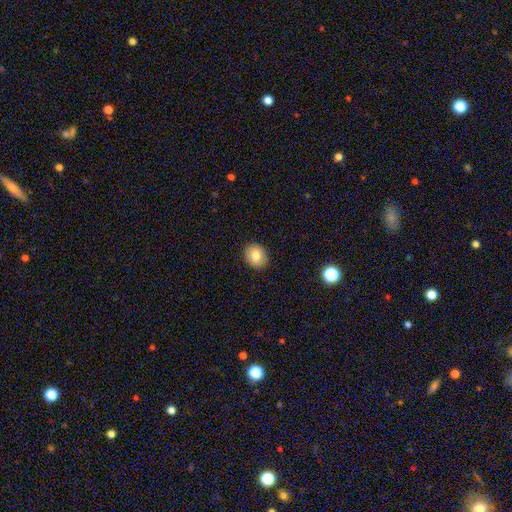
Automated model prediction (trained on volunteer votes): Morphology: type=smooth (80%); roundness=round (69%); merging=none (89%).